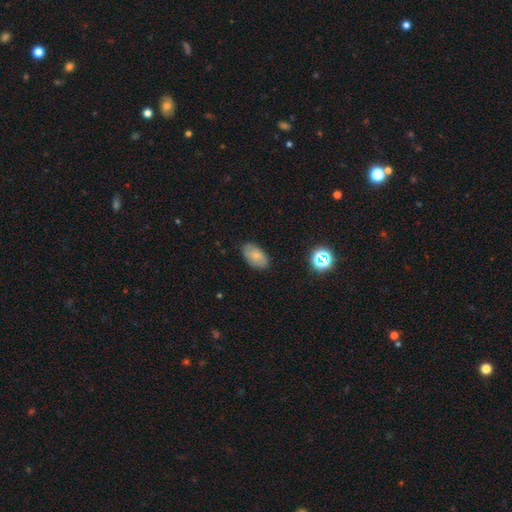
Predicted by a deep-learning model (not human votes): This appears to be a smooth galaxy with no disk features (77%) that is in between round and cigar-shaped (93%). Merging: none (84%).